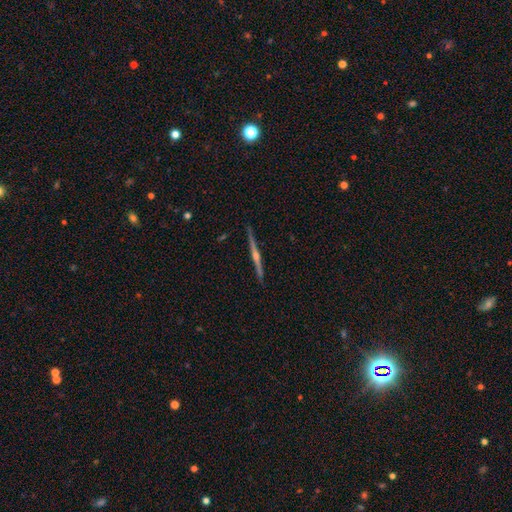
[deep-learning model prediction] Smooth or featured: featured or disk — 82% (smooth — 12%)
Edge-on disk: yes — 98% (no — 2%)
Edge-on bulge: rounded — 83% (none — 11%)
Merging: none — 91% (minor disturbance — 6%)